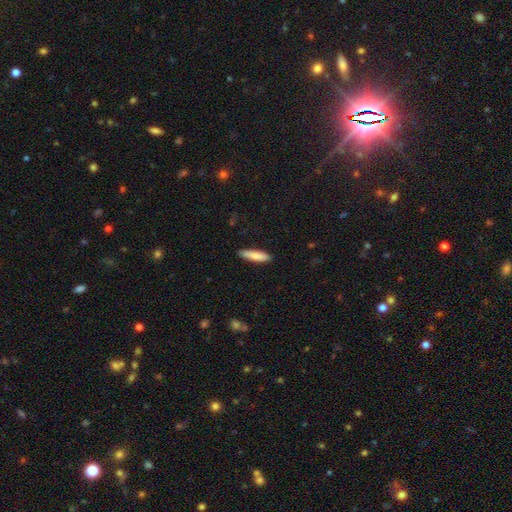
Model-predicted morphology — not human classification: Overall: smooth (83%). How rounded: cigar-shaped (73%). Merging: none (89%).